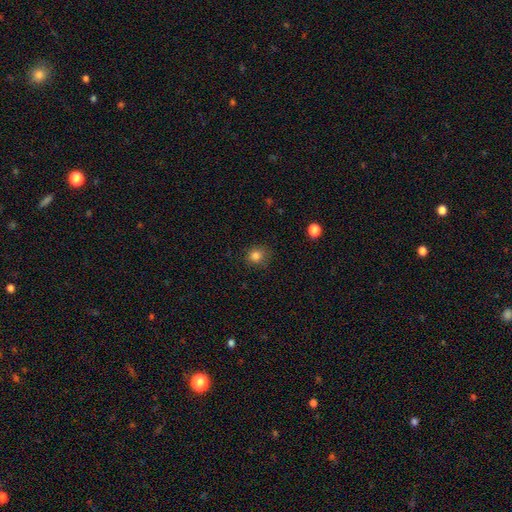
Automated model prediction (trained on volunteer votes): Q: Smooth or featured?
A: smooth (83%); runner-up: star or artifact (13%)
Q: How rounded?
A: round (81%); runner-up: in between (18%)
Q: Merging?
A: none (82%); runner-up: minor disturbance (13%)